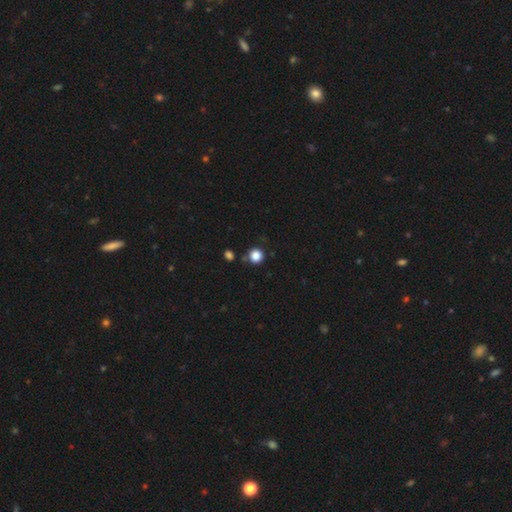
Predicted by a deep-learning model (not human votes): Smooth or featured?
  - smooth: 85% *
  - star or artifact: 11%
  - featured or disk: 3%
How rounded?
  - round: 94% *
  - in between: 5%
  - cigar-shaped: 1%
Merging?
  - none: 83% *
  - minor disturbance: 8%
  - merger: 7%
  - major disturbance: 3%